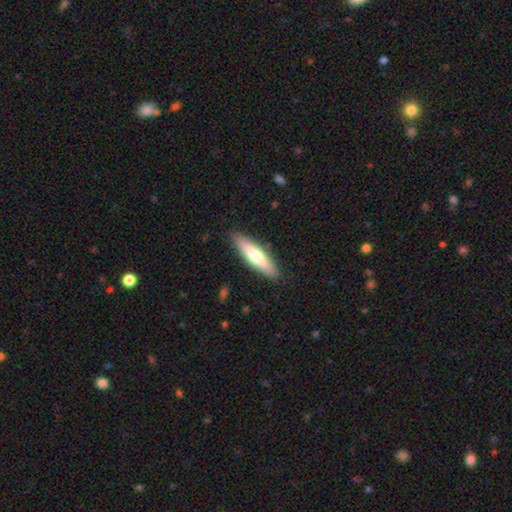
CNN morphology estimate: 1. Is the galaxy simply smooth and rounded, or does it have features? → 67% smooth, 28% featured or disk, 5% star or artifact.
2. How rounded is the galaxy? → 70% cigar-shaped, 28% in between, 1% round.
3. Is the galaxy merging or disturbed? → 87% none, 10% minor disturbance, 2% major disturbance, 1% merger.